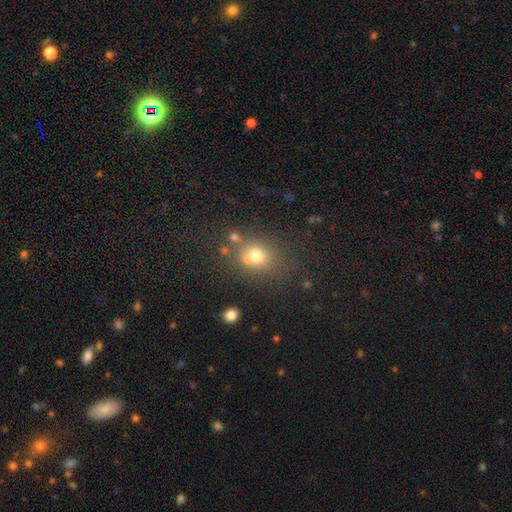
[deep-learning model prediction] Smooth or featured: smooth — 69% (star or artifact — 18%)
How rounded: round — 70% (in between — 29%)
Merging: none — 62% (merger — 19%)